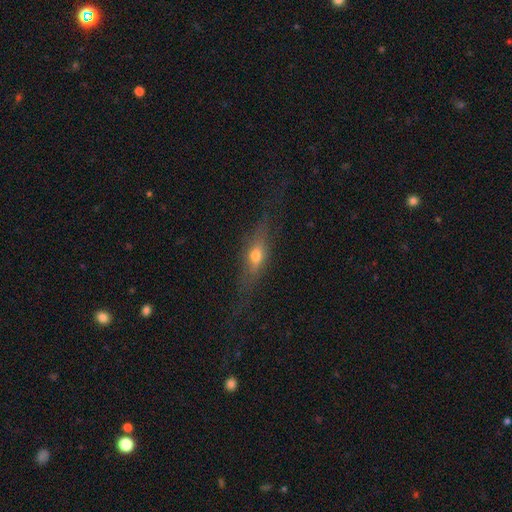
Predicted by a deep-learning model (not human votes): This appears to be a featured or disk galaxy (49%). Merging: none (76%).